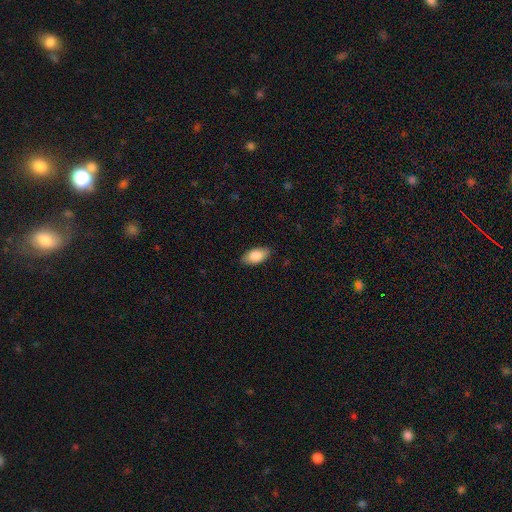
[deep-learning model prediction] Morphology: type=smooth (84%); roundness=in between (93%); merging=none (87%).